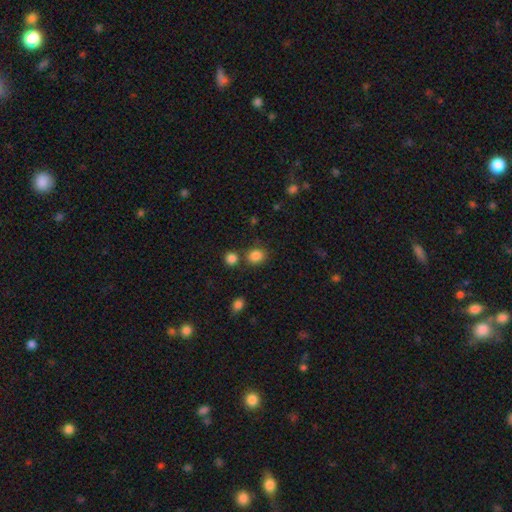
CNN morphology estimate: type=smooth (84%); roundness=round (61%); merging=none (73%).